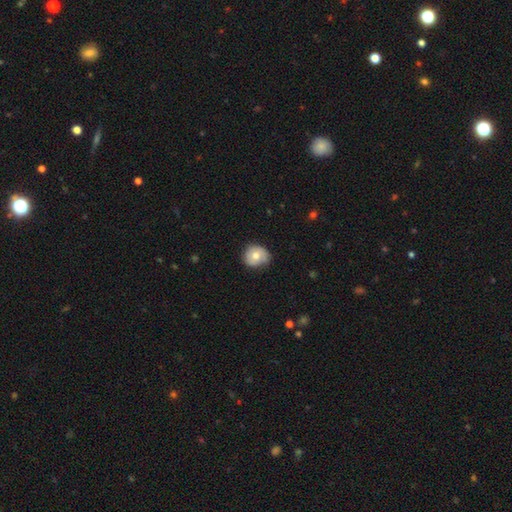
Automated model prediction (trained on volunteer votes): Smooth or featured? Predicted: smooth (p=0.68). How rounded? Predicted: round (p=0.77). Merging? Predicted: none (p=0.70).